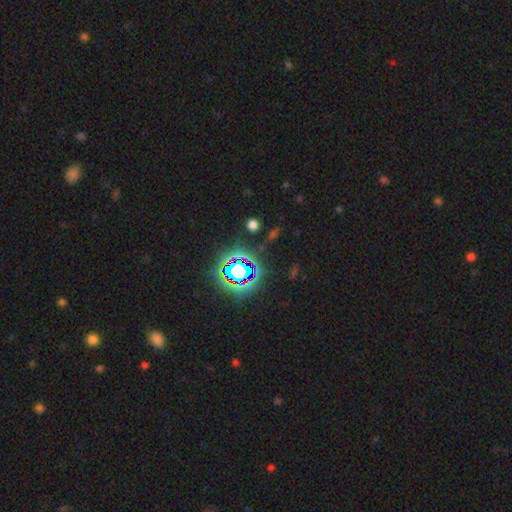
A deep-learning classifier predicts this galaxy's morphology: Smooth or featured?
  - star or artifact: 80% *
  - smooth: 13%
  - featured or disk: 8%